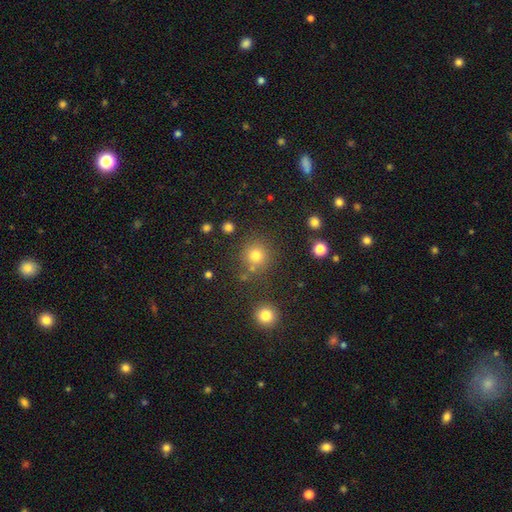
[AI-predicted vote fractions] A smooth galaxy with no disk features (77%) that is round (93%).

Vote fractions:
- Smooth or featured? smooth: 77% / star or artifact: 17% / featured or disk: 6%
- How rounded? round: 93% / in between: 6% / cigar-shaped: 1%
- Merging? none: 81% / minor disturbance: 8% / merger: 7% / major disturbance: 4%